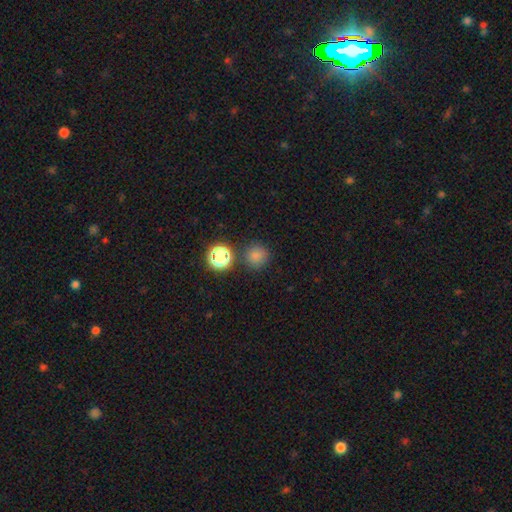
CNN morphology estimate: A smooth galaxy with no disk features (76%) that is round (93%). Merging: none (83%).